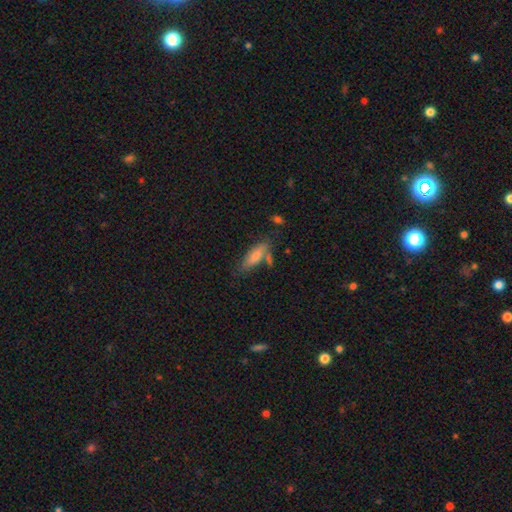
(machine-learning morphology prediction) smooth_or_featured: smooth (p=0.70) [alt: featured or disk p=0.22]
how_rounded: in between (p=0.54) [alt: cigar-shaped p=0.44]
merging: none (p=0.58) [alt: minor disturbance p=0.21]